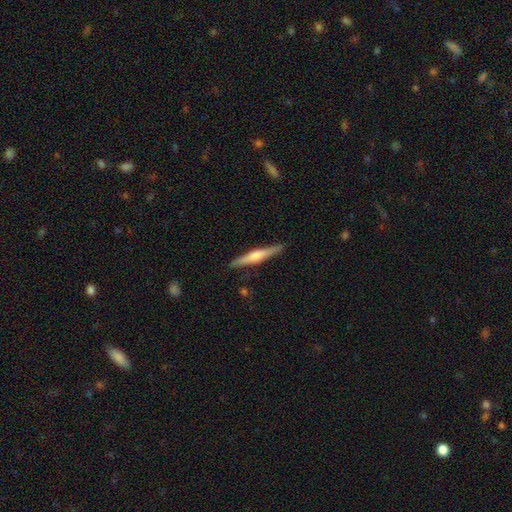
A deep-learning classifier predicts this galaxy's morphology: The model was most divided on "smooth or featured": featured or disk: 58%, smooth: 37%, star or artifact: 5%. More confident: edge-on disk — yes (97%); merging — none (89%); edge-on bulge — rounded (70%).